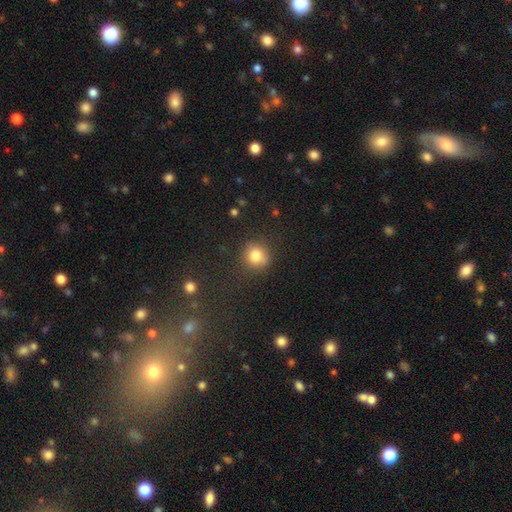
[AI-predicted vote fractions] smooth_or_featured: smooth (p=0.82) [alt: star or artifact p=0.11]
how_rounded: round (p=0.86) [alt: in between p=0.13]
merging: none (p=0.82) [alt: minor disturbance p=0.12]